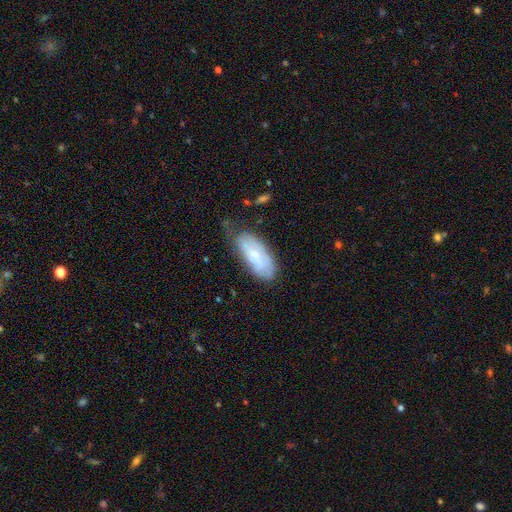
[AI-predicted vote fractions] Overall: featured or disk (51%; smooth 42%). Edge-on disk: no (88%). Merging: none (57%; minor disturbance 31%).